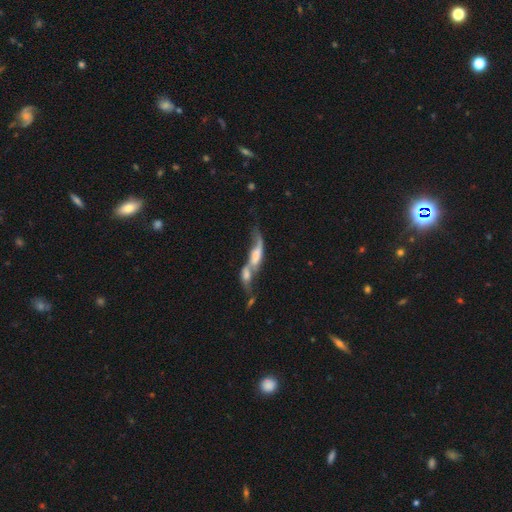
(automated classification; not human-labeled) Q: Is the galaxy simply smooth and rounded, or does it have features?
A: featured or disk — 60%.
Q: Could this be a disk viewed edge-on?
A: no — 74%.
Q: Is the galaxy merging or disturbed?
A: merger — 69%.